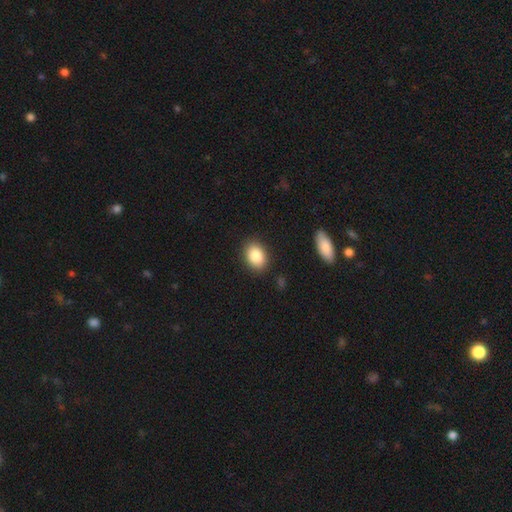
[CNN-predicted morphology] This is clearly a smooth galaxy (86%). How rounded: likely in between (74%). Merging: clearly none (88%).